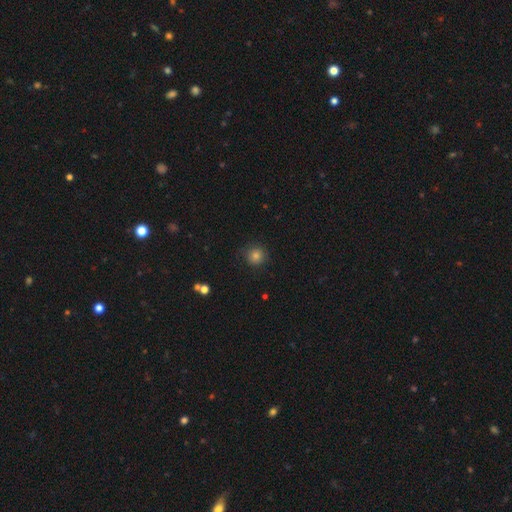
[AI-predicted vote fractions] smooth_or_featured: smooth (p=0.80) [alt: star or artifact p=0.13]
how_rounded: round (p=0.93) [alt: in between p=0.06]
merging: none (p=0.85) [alt: minor disturbance p=0.11]